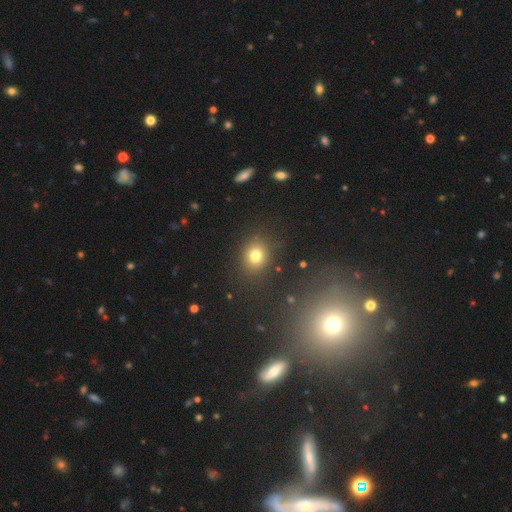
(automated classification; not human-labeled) The model was most divided on "how rounded": round: 71%, in between: 28%, cigar-shaped: 1%. More confident: merging — none (84%); smooth or featured — smooth (77%).